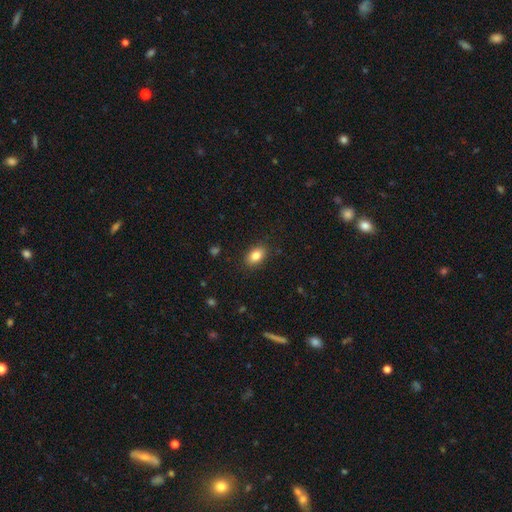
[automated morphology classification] This is clearly a smooth galaxy (83%). How rounded: clearly in between (86%). Merging: clearly none (87%).